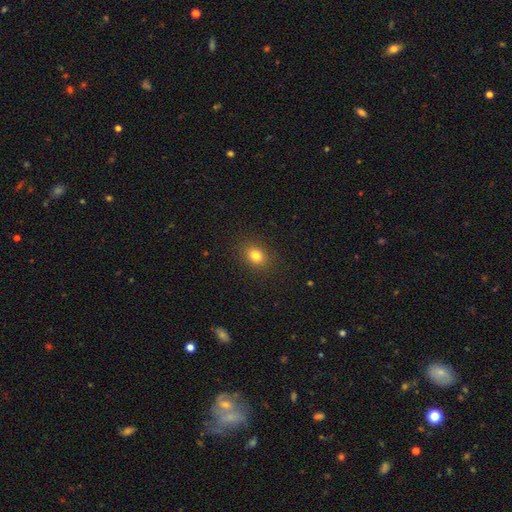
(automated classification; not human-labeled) Overall: smooth (81%). How rounded: in between (58%; round 41%). Merging: none (88%).